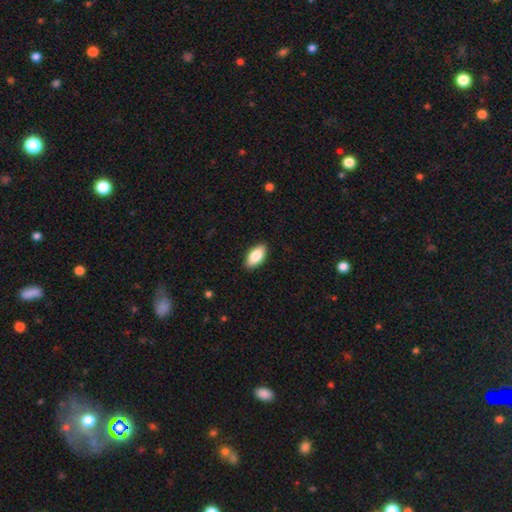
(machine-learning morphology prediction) Smooth or featured? smooth (83%)
How rounded? in between (91%)
Merging? none (89%)